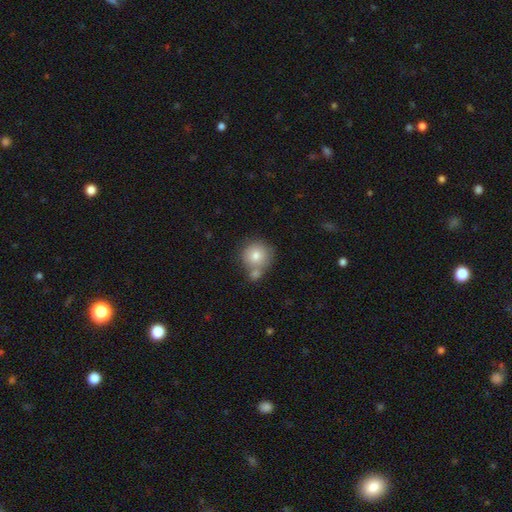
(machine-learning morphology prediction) Smooth or featured? smooth (78%)
How rounded? round (91%)
Merging? none (50%)